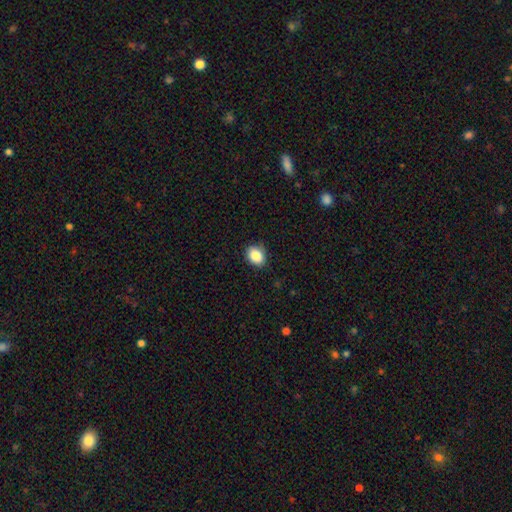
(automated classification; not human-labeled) smooth-or-featured: smooth: 86% | star or artifact: 8% | featured or disk: 5%
  how-rounded: in between: 59% | round: 40% | cigar-shaped: 1%
  merging: none: 80% | minor disturbance: 16% | major disturbance: 3% | merger: 1%